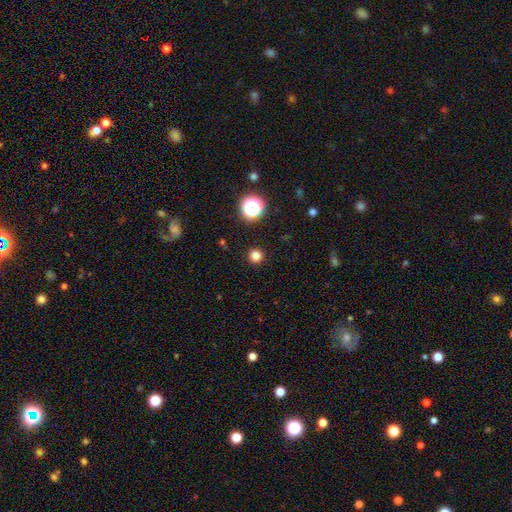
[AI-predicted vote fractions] Smooth or featured? Predicted: smooth (p=0.81). How rounded? Predicted: round (p=0.96). Merging? Predicted: none (p=0.93).